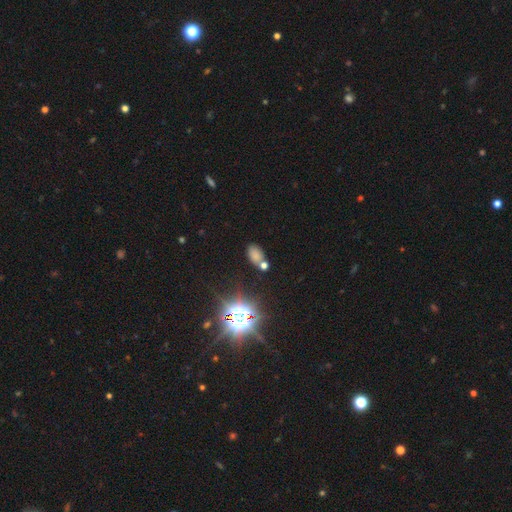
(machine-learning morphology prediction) A smooth galaxy with no disk features (62%) that is in between round and cigar-shaped (87%). Merging: none (59%).